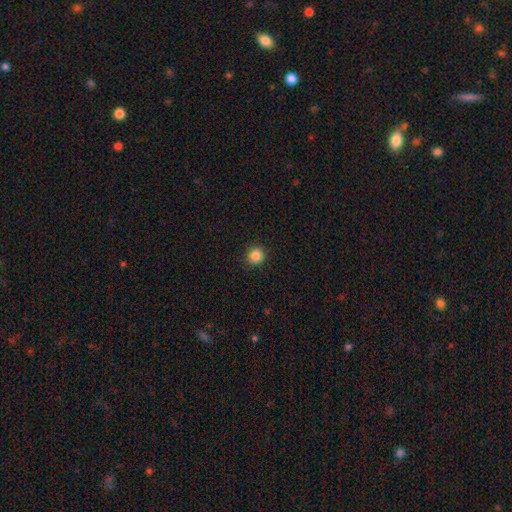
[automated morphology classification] smooth 86%, star or artifact 11%, featured or disk 3%. Down the decision tree: how rounded — round (93%); merging — none (91%).